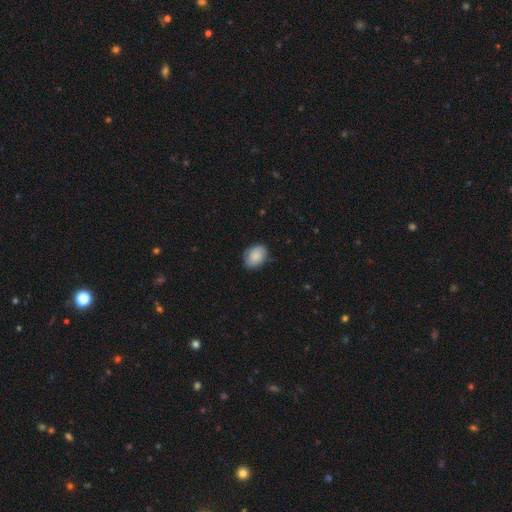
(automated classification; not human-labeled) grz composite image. It shows a smooth galaxy with no disk features (75%) that is in between round and cigar-shaped (67%). Merging: none (79%).